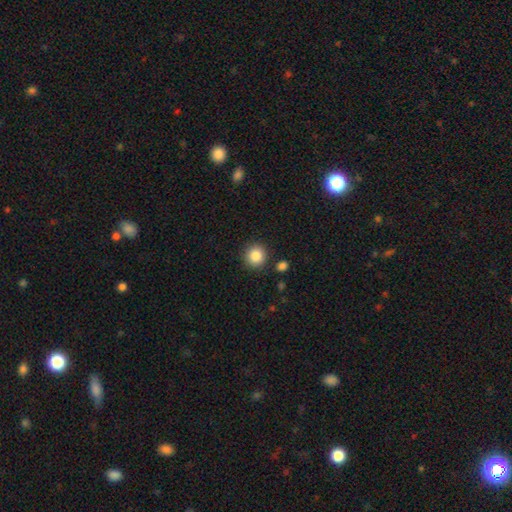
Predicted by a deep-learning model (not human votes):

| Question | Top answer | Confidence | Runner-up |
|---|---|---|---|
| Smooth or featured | smooth | 86% | star or artifact (9%) |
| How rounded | round | 91% | in between (8%) |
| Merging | none | 88% | minor disturbance (7%) |